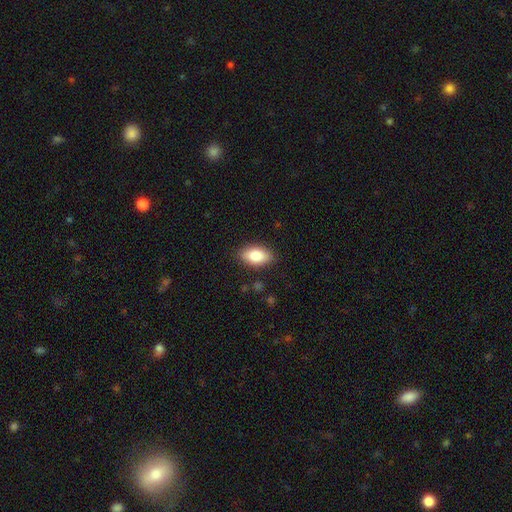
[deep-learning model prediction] Morphology: type=smooth (84%); roundness=in between (91%); merging=none (86%).